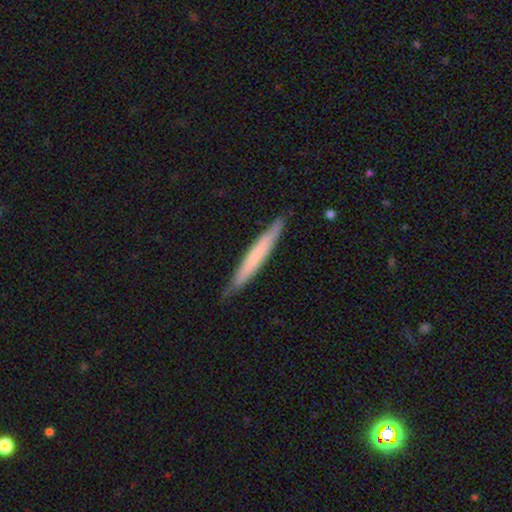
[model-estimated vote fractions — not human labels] Q: Smooth or featured?
A: smooth (56%); runner-up: featured or disk (39%)
Q: How rounded?
A: cigar-shaped (95%); runner-up: in between (3%)
Q: Merging?
A: none (86%); runner-up: minor disturbance (11%)